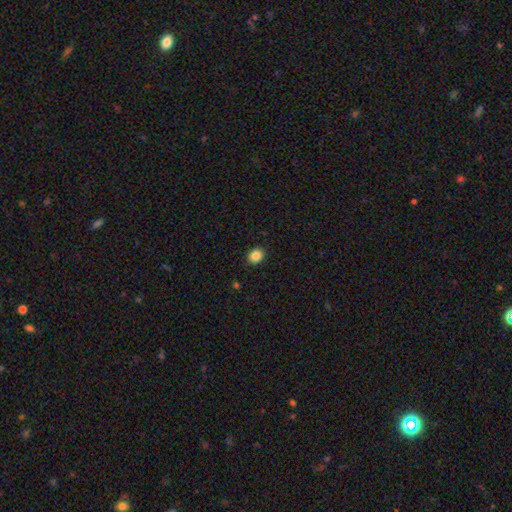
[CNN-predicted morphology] Smooth or featured?
  - smooth: 86% *
  - star or artifact: 10%
  - featured or disk: 4%
How rounded?
  - round: 65% *
  - in between: 34%
  - cigar-shaped: 1%
Merging?
  - none: 92% *
  - minor disturbance: 6%
  - major disturbance: 2%
  - merger: 1%